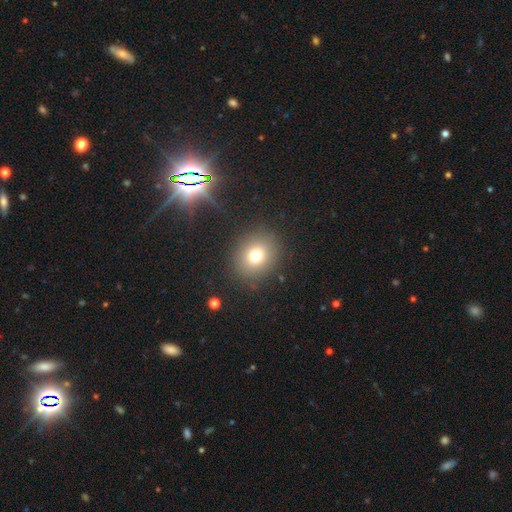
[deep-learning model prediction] smooth 74%, star or artifact 15%, featured or disk 11%. Down the decision tree: how rounded — round (74%); merging — none (86%).